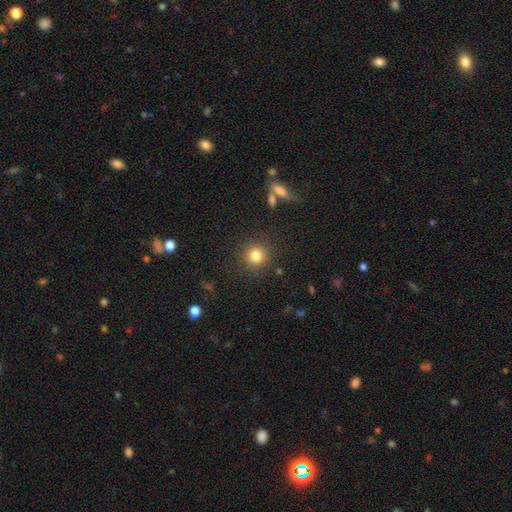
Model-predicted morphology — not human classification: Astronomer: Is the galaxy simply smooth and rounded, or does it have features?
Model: smooth — 81%.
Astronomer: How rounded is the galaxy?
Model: round — 93%.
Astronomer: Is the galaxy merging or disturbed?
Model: none — 89%.